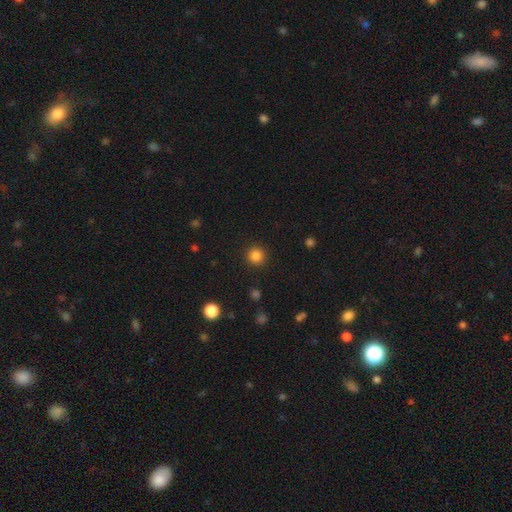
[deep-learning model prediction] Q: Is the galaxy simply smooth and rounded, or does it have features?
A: smooth — 84%.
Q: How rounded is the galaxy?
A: round — 95%.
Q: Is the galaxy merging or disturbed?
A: none — 92%.